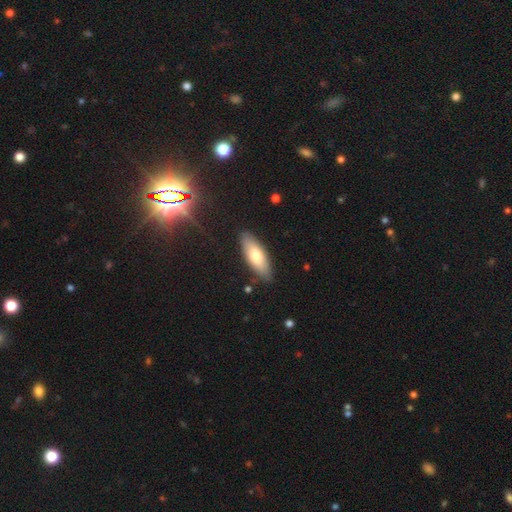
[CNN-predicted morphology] smooth-or-featured: smooth: 73% | featured or disk: 21% | star or artifact: 6%
  how-rounded: in between: 67% | cigar-shaped: 31% | round: 2%
  merging: none: 85% | minor disturbance: 11% | major disturbance: 2% | merger: 2%